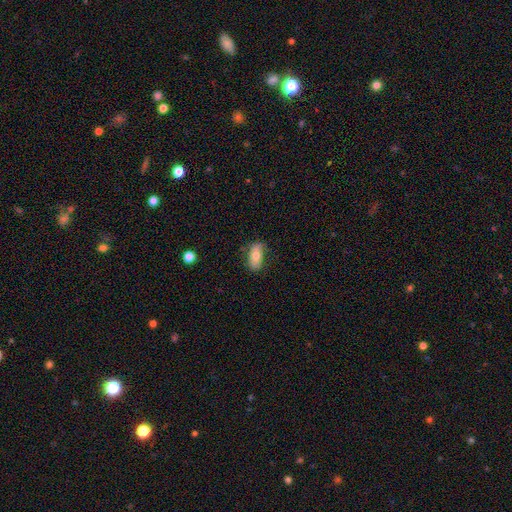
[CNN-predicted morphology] Q: Smooth or featured?
A: smooth (69%); runner-up: featured or disk (23%)
Q: How rounded?
A: in between (90%); runner-up: cigar-shaped (6%)
Q: Merging?
A: none (67%); runner-up: minor disturbance (24%)